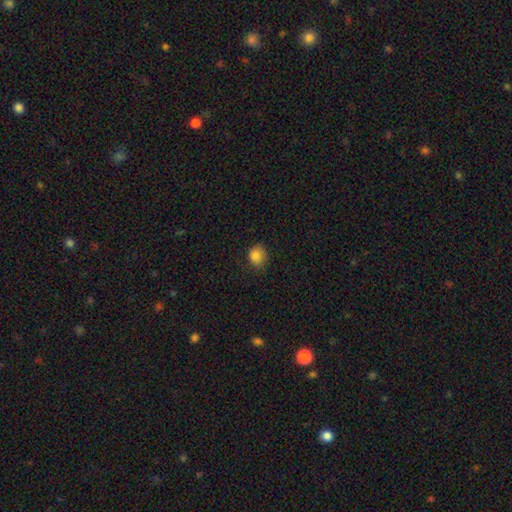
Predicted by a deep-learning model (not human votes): Q: Smooth or featured?
A: smooth (83%); runner-up: star or artifact (11%)
Q: How rounded?
A: round (76%); runner-up: in between (23%)
Q: Merging?
A: none (75%); runner-up: minor disturbance (20%)